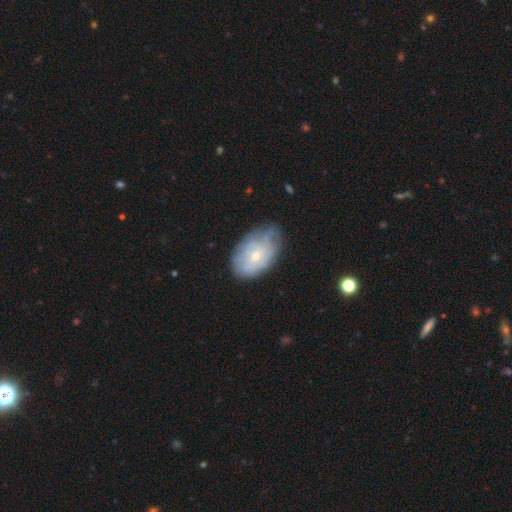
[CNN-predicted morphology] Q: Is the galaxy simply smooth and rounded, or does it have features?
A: featured or disk — 55%.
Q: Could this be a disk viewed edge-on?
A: no — 95%.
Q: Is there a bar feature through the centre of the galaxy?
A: no — 64%.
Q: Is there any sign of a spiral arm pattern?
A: yes — 66%.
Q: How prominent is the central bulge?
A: small — 56%.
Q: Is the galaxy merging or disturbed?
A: none — 60%.